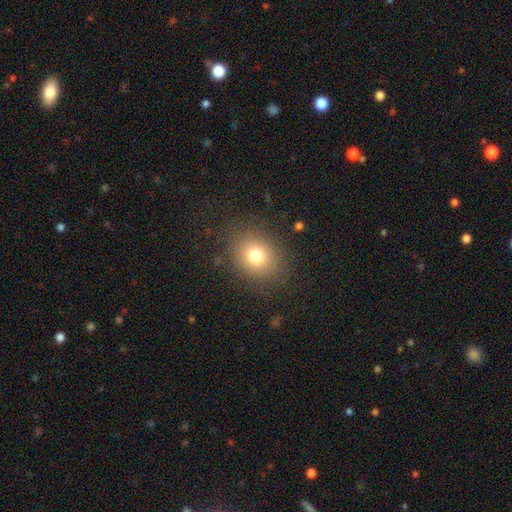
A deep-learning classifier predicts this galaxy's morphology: Overall: smooth (75%). How rounded: round (64%; in between 35%). Merging: none (84%).